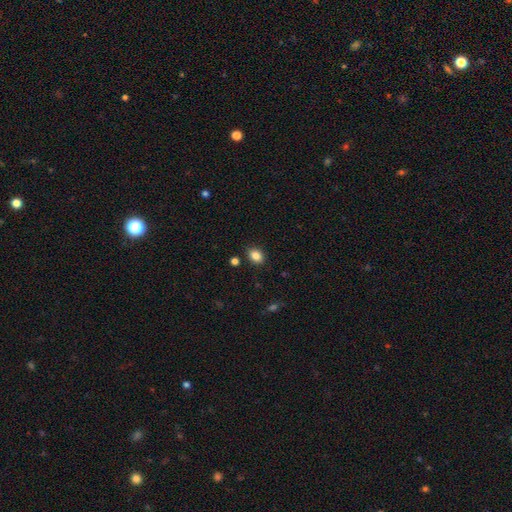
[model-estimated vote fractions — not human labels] smooth_or_featured: smooth (p=0.85) [alt: star or artifact p=0.10]
how_rounded: in between (p=0.63) [alt: round p=0.36]
merging: none (p=0.85) [alt: minor disturbance p=0.10]